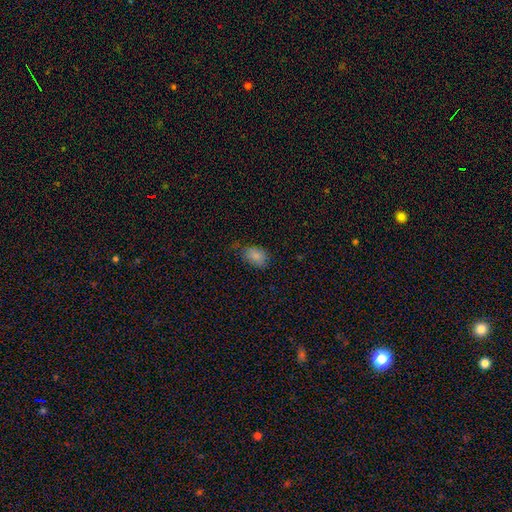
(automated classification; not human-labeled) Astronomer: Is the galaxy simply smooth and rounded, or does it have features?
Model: smooth — 84%.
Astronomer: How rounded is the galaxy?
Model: in between — 84%.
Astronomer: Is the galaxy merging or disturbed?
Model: none — 61%.